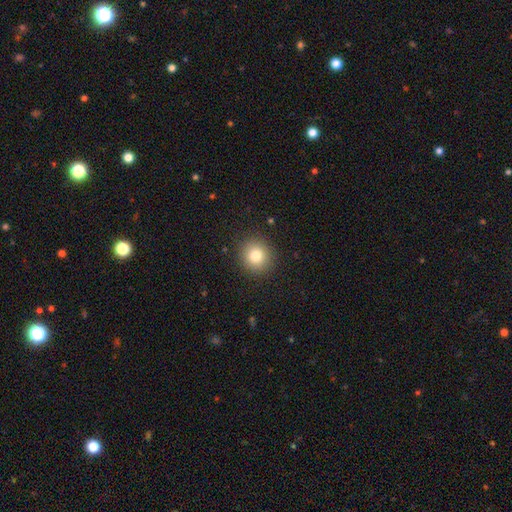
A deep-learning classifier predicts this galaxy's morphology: A smooth galaxy with no disk features (81%) that is round (91%). Merging: none (90%).